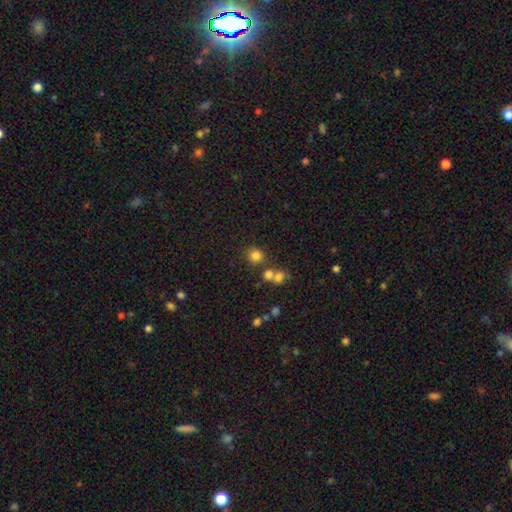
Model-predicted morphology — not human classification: smooth-or-featured: smooth: 79% | star or artifact: 14% | featured or disk: 7%
  how-rounded: round: 89% | in between: 10% | cigar-shaped: 1%
  merging: none: 72% | merger: 16% | minor disturbance: 8% | major disturbance: 4%